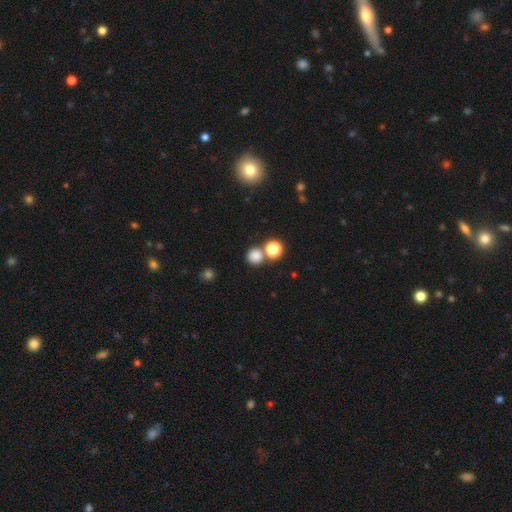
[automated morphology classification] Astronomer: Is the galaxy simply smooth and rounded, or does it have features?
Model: smooth — 80%.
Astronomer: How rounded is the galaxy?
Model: round — 91%.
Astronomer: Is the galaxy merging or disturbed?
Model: none — 66%.